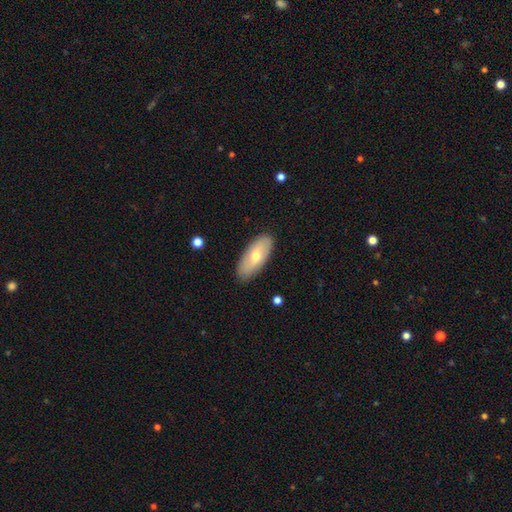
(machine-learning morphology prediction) This appears to be a smooth galaxy with no disk features (62%) that is in between round and cigar-shaped (85%). Merging: none (87%).